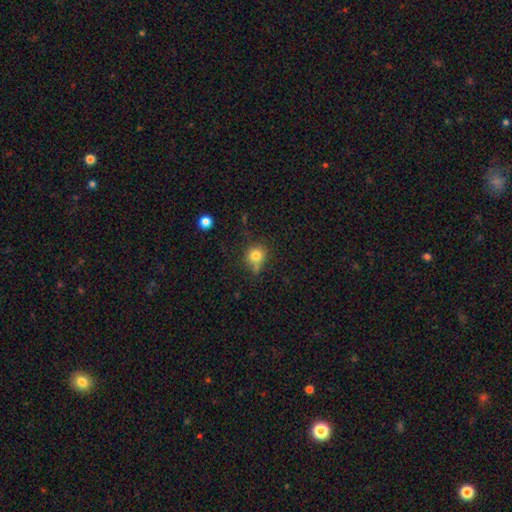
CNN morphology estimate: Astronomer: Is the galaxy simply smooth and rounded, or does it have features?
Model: smooth — 79%.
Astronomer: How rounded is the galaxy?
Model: round — 85%.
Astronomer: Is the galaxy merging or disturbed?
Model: none — 62%.